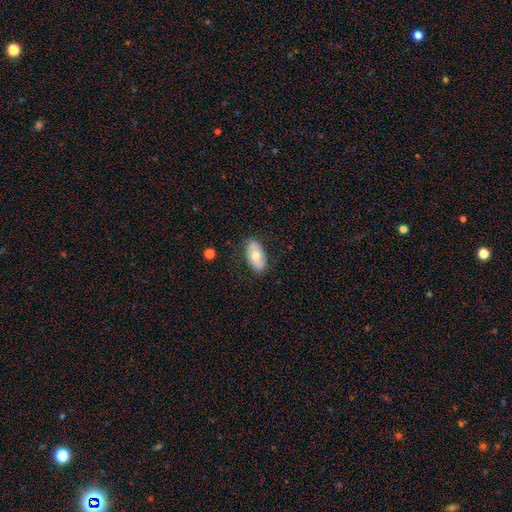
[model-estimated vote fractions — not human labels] Q: Smooth or featured?
A: smooth (61%); runner-up: featured or disk (33%)
Q: How rounded?
A: in between (93%); runner-up: round (4%)
Q: Merging?
A: none (80%); runner-up: minor disturbance (15%)